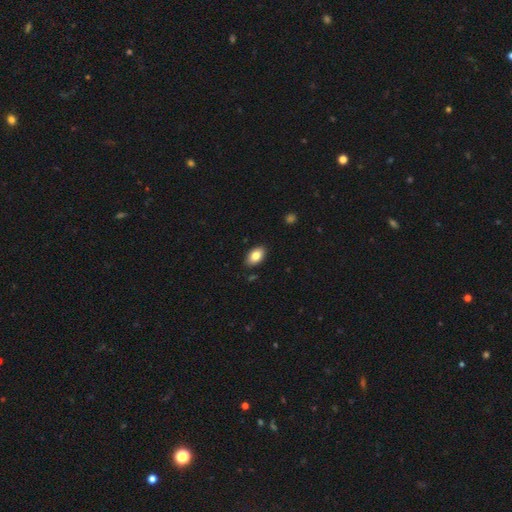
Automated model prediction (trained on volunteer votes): A smooth galaxy with no disk features (83%) that is in between round and cigar-shaped (93%). Merging: none (87%).